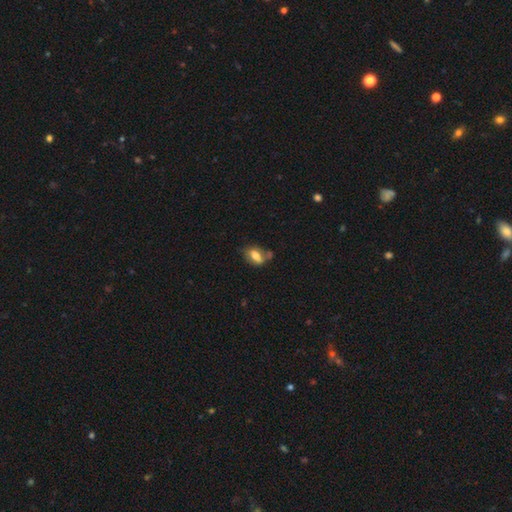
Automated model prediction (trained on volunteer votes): This is likely a smooth galaxy (71%). How rounded: clearly in between (81%). Merging: possibly none (48%).